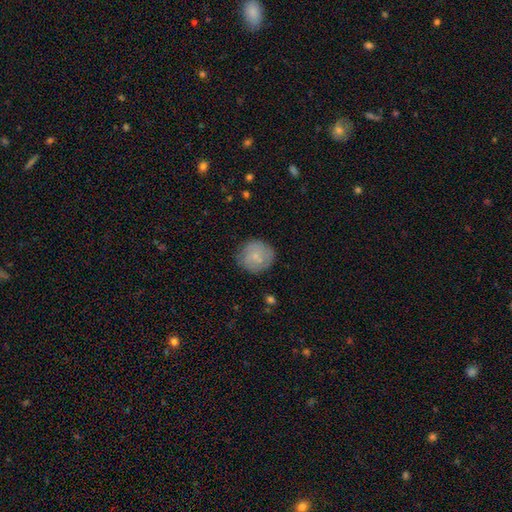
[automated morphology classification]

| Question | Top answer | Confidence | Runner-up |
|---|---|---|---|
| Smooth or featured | smooth | 65% | featured or disk (28%) |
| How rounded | round | 90% | in between (9%) |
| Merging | none | 76% | minor disturbance (17%) |